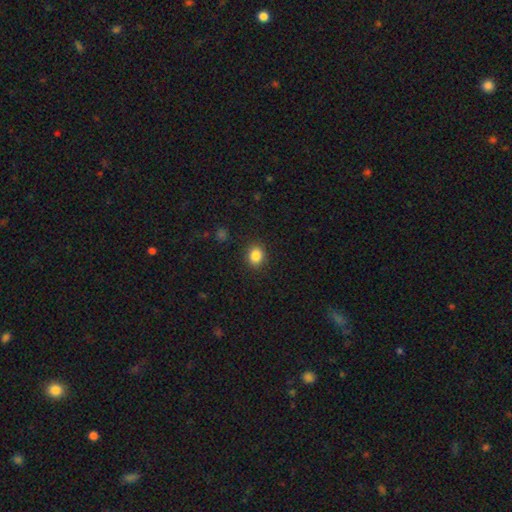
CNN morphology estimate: Smooth or featured: smooth — 86% (star or artifact — 10%)
How rounded: round — 65% (in between — 34%)
Merging: none — 89% (minor disturbance — 7%)